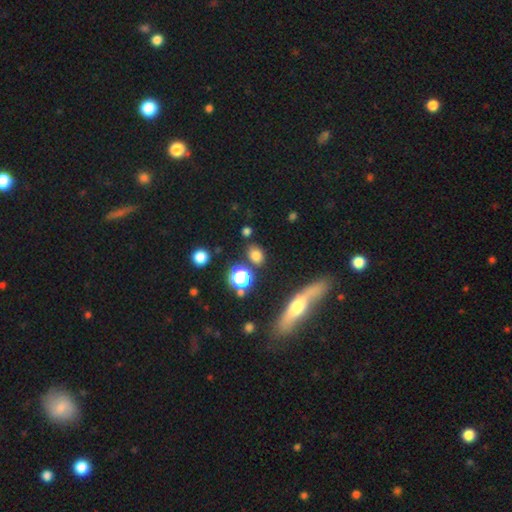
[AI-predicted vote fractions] Morphology: type=smooth (76%); roundness=in between (51%); merging=none (80%).